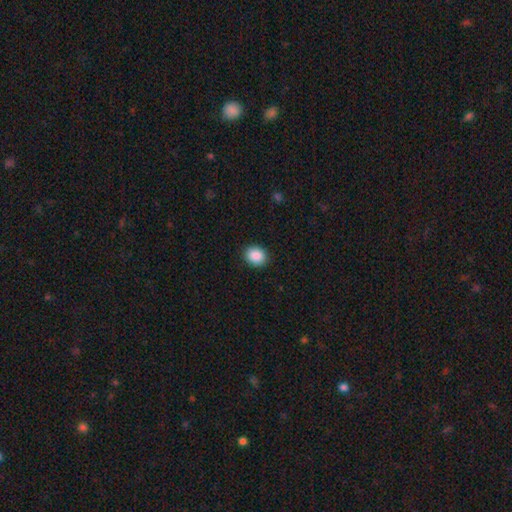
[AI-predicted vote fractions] Q: Smooth or featured?
A: smooth (89%); runner-up: star or artifact (8%)
Q: How rounded?
A: round (62%); runner-up: in between (37%)
Q: Merging?
A: none (90%); runner-up: minor disturbance (7%)